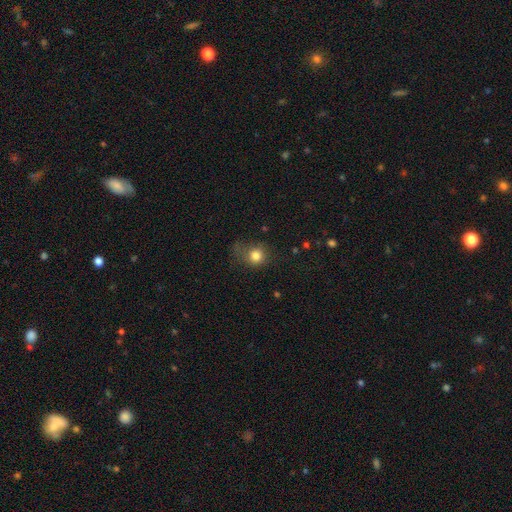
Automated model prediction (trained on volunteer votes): This appears to be a smooth galaxy with no disk features (81%) that is round (77%). Merging: none (51%).